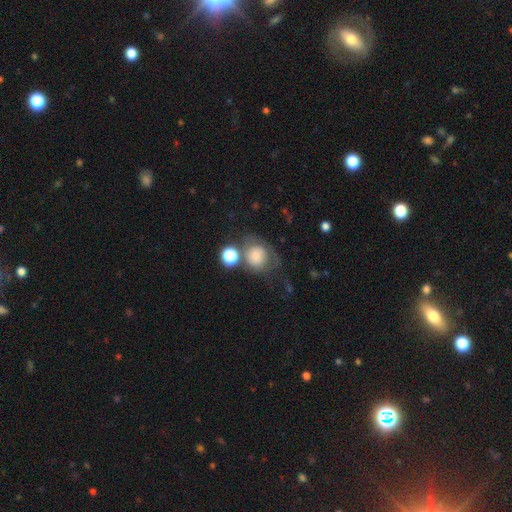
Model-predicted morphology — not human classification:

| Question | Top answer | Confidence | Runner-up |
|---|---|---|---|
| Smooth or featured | smooth | 71% | featured or disk (17%) |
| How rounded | round | 71% | in between (28%) |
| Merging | none | 40% | minor disturbance (22%) |